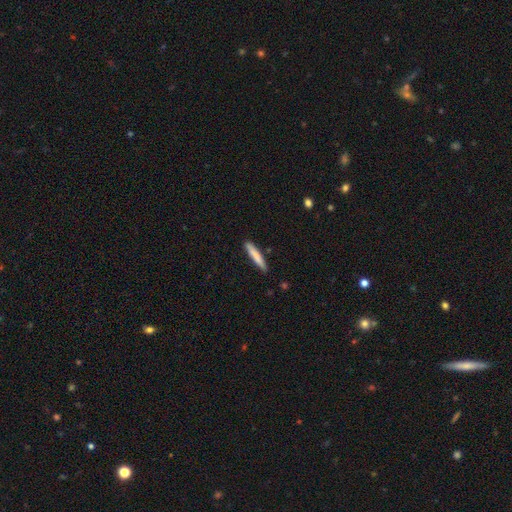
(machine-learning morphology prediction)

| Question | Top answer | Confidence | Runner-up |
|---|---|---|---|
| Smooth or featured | smooth | 79% | featured or disk (15%) |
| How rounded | cigar-shaped | 93% | in between (5%) |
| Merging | none | 87% | minor disturbance (9%) |